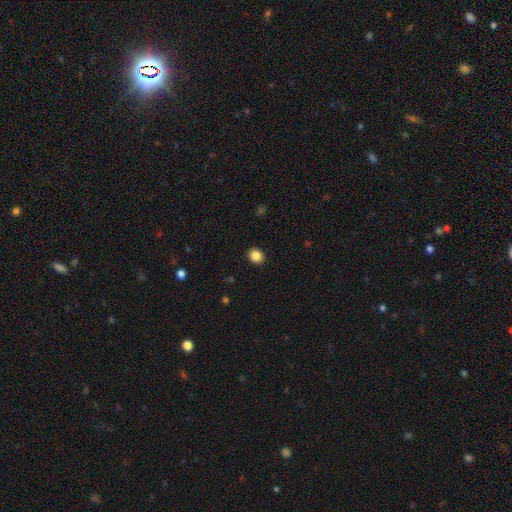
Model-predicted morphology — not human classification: This appears to be a smooth galaxy with no disk features (86%) that is round (78%). Merging: none (92%).